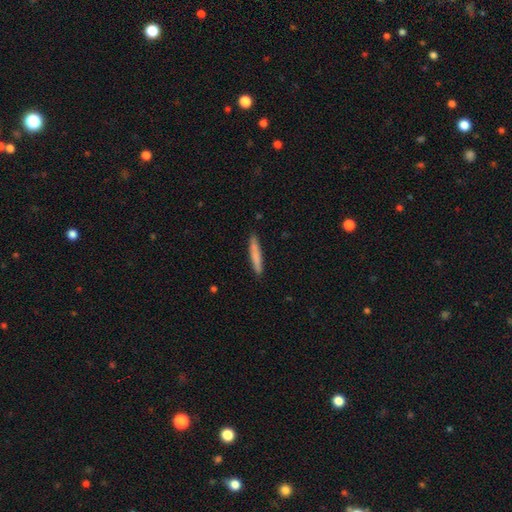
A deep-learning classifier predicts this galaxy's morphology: Smooth or featured: smooth — 78% (featured or disk — 16%)
How rounded: cigar-shaped — 94% (in between — 5%)
Merging: none — 89% (minor disturbance — 9%)